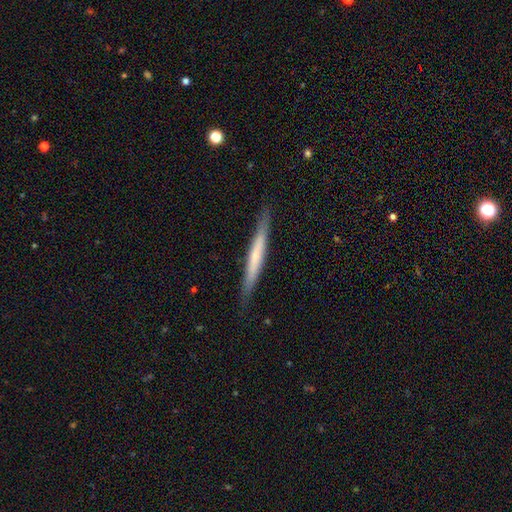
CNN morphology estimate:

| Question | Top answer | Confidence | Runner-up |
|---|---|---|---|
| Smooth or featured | smooth | 49% | featured or disk (45%) |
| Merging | none | 88% | minor disturbance (9%) |